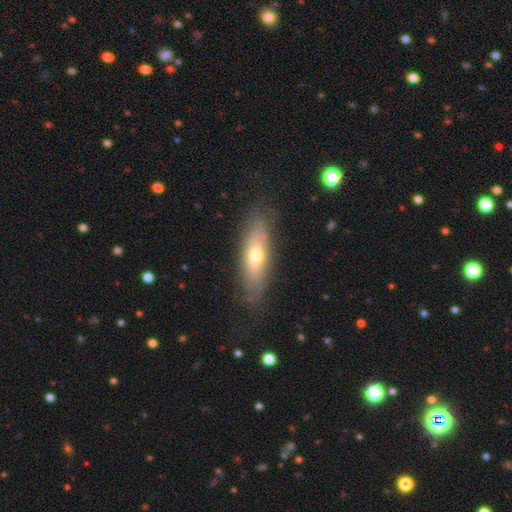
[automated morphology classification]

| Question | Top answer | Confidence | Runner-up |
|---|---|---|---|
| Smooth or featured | smooth | 48% | featured or disk (45%) |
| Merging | none | 79% | minor disturbance (15%) |